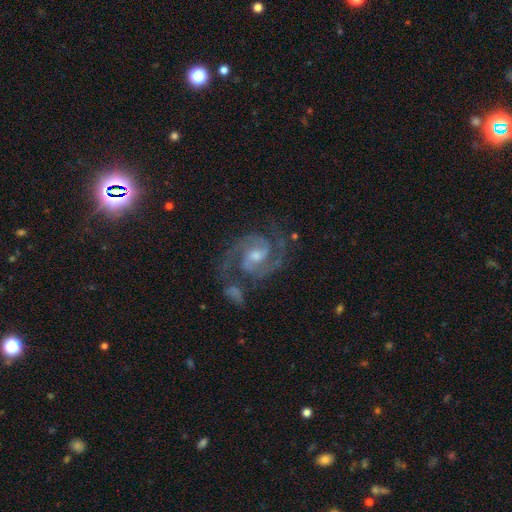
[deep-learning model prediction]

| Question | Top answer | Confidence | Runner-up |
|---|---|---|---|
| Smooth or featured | featured or disk | 92% | star or artifact (5%) |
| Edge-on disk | no | 98% | yes (2%) |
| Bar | weak | 50% | no (34%) |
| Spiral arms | yes | 98% | no (2%) |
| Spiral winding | medium | 58% | tight (34%) |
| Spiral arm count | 2 | 91% | 3 (4%) |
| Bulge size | moderate | 55% | small (36%) |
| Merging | none | 70% | minor disturbance (15%) |